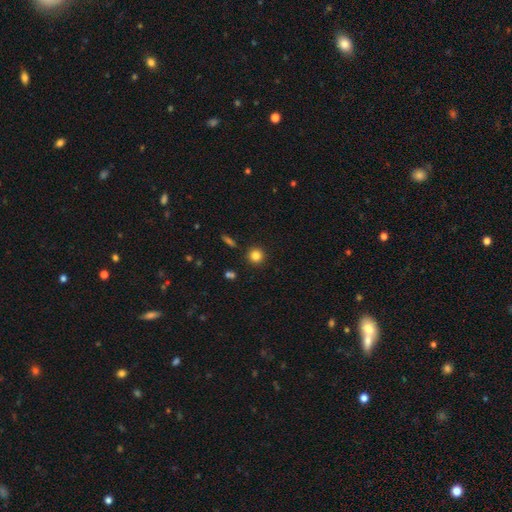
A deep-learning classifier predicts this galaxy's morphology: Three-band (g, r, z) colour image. It shows a smooth galaxy with no disk features (83%) that is round (94%). Merging: none (90%).